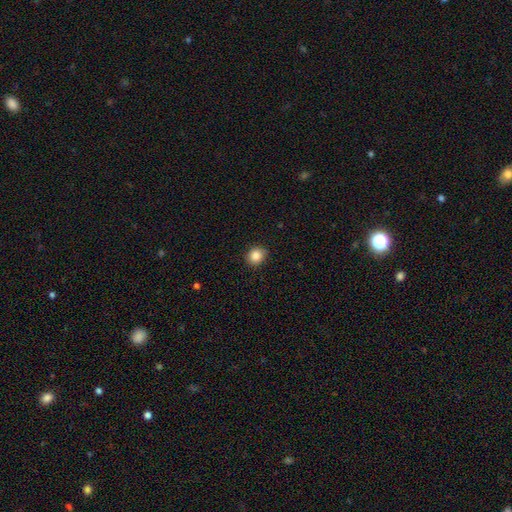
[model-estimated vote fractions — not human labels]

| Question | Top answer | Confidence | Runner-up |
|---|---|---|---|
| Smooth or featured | smooth | 85% | star or artifact (10%) |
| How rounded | round | 79% | in between (20%) |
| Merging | none | 85% | minor disturbance (12%) |